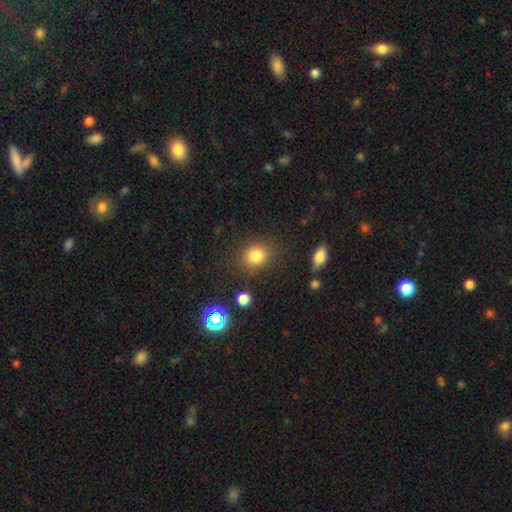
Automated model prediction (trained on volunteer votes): Smooth or featured?
  - smooth: 81% *
  - star or artifact: 13%
  - featured or disk: 6%
How rounded?
  - round: 74% *
  - in between: 24%
  - cigar-shaped: 1%
Merging?
  - none: 80% *
  - minor disturbance: 12%
  - major disturbance: 5%
  - merger: 3%